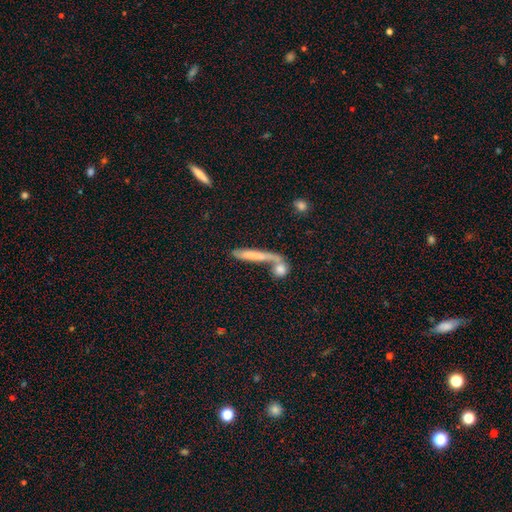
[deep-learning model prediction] Smooth or featured? Predicted: smooth (p=0.55). How rounded? Predicted: cigar-shaped (p=0.80). Merging? Predicted: none (p=0.48).